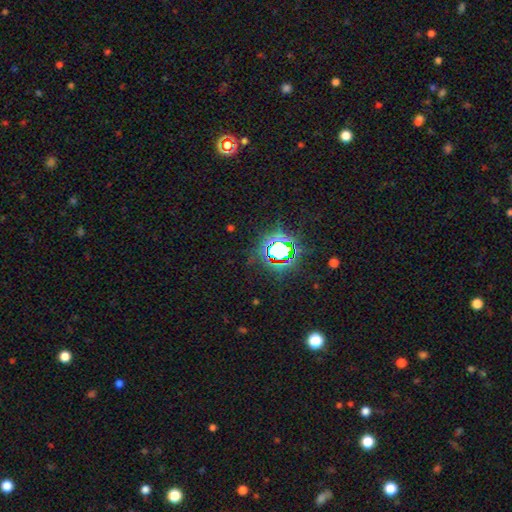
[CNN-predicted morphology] Q: Smooth or featured?
A: star or artifact (79%); runner-up: smooth (13%)